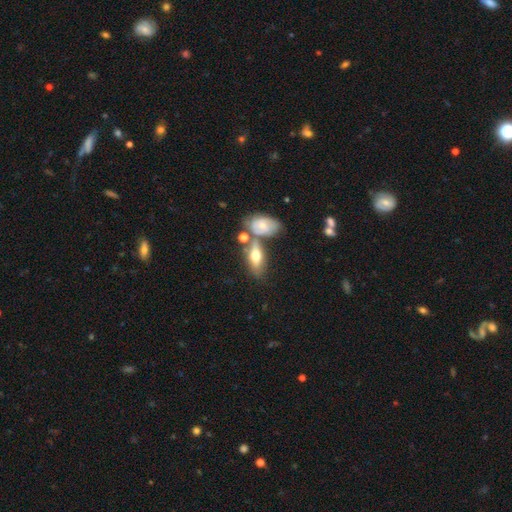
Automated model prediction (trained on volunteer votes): Q: Smooth or featured?
A: smooth (52%); runner-up: featured or disk (40%)
Q: How rounded?
A: in between (73%); runner-up: cigar-shaped (22%)
Q: Merging?
A: none (44%); runner-up: merger (34%)